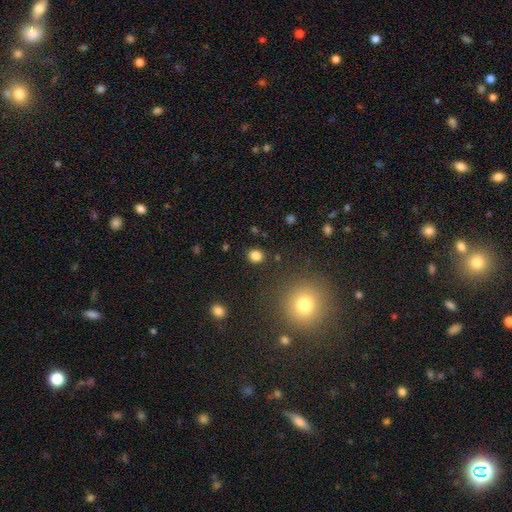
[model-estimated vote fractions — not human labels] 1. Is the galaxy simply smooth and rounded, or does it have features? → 83% smooth, 13% star or artifact, 4% featured or disk.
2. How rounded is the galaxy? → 75% round, 24% in between, 1% cigar-shaped.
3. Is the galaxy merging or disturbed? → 88% none, 7% minor disturbance, 3% major disturbance, 2% merger.